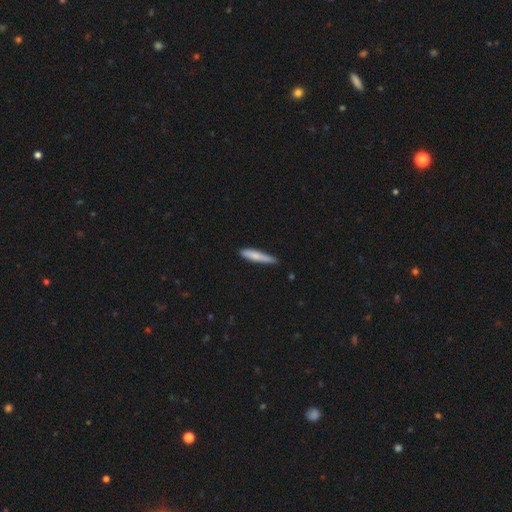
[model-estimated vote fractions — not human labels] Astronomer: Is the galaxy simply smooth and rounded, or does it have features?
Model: smooth — 75%.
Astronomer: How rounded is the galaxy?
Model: cigar-shaped — 91%.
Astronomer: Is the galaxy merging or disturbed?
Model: none — 75%.